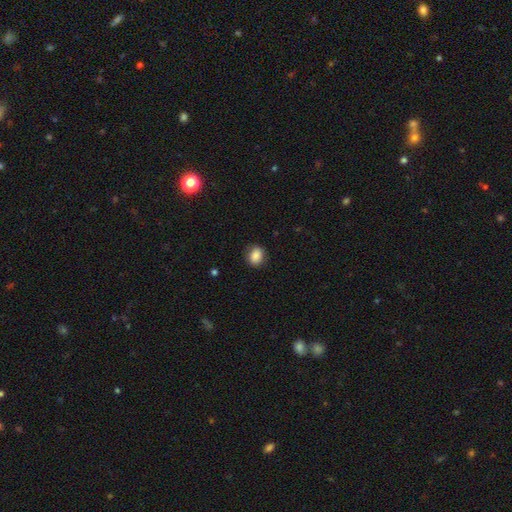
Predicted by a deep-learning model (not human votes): smooth_or_featured: smooth (p=0.87) [alt: star or artifact p=0.09]
how_rounded: round (p=0.52) [alt: in between p=0.47]
merging: none (p=0.84) [alt: minor disturbance p=0.12]